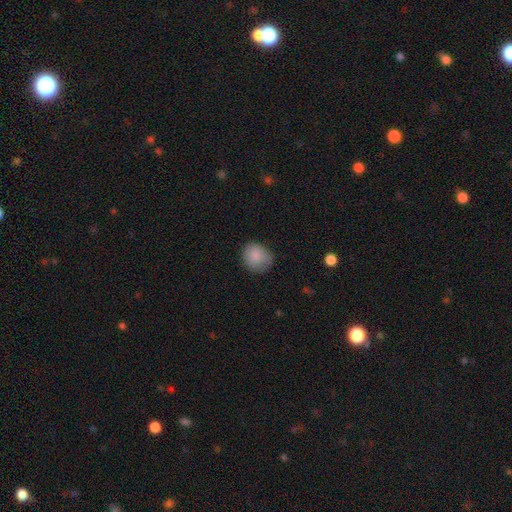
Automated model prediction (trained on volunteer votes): Q: Smooth or featured?
A: smooth (86%); runner-up: star or artifact (8%)
Q: How rounded?
A: round (73%); runner-up: in between (26%)
Q: Merging?
A: none (74%); runner-up: minor disturbance (20%)